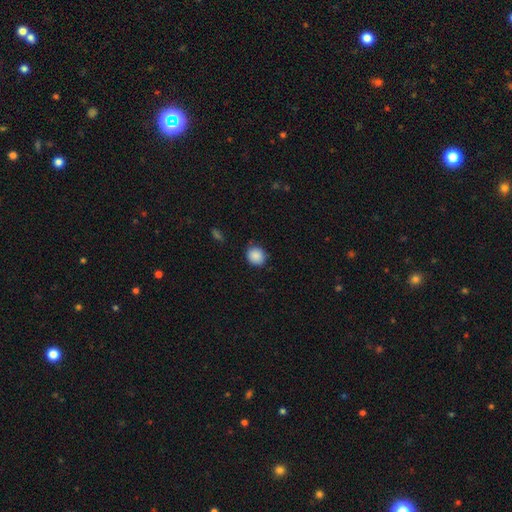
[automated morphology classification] smooth-or-featured: smooth: 89% | star or artifact: 8% | featured or disk: 3%
  how-rounded: round: 79% | in between: 20% | cigar-shaped: 1%
  merging: none: 83% | minor disturbance: 13% | major disturbance: 3% | merger: 1%